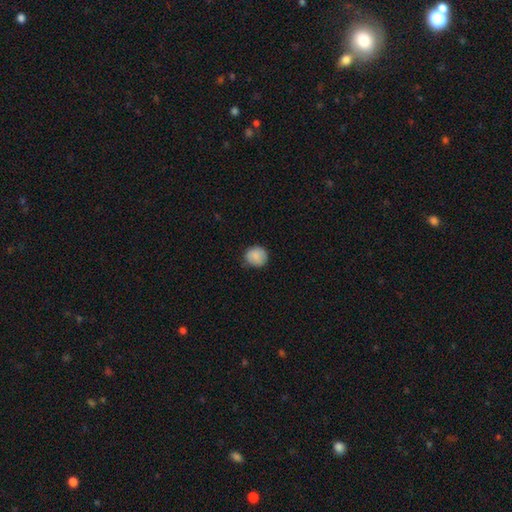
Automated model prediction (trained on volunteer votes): Overall: smooth (86%). How rounded: round (86%). Merging: none (80%).